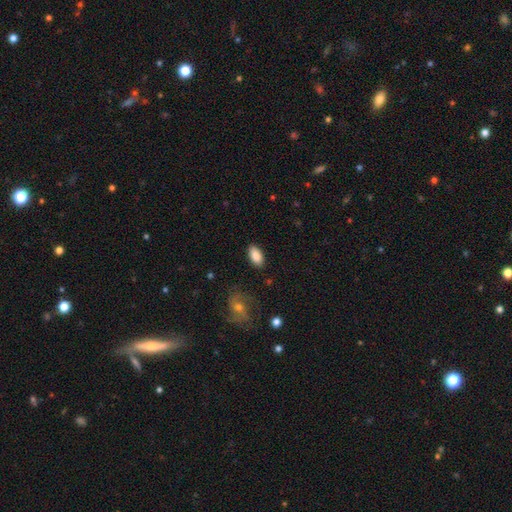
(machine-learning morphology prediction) A smooth galaxy with no disk features (87%) that is in between round and cigar-shaped (93%).

Vote fractions:
- Smooth or featured? smooth: 87% / featured or disk: 7% / star or artifact: 7%
- How rounded? in between: 93% / cigar-shaped: 4% / round: 3%
- Merging? none: 86% / minor disturbance: 10% / major disturbance: 2% / merger: 1%